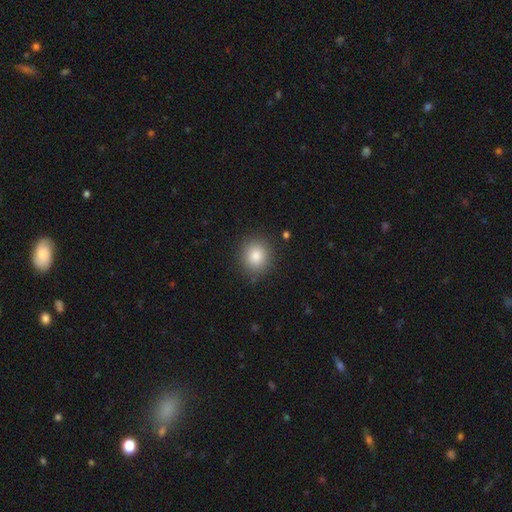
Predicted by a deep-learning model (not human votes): smooth-or-featured: smooth: 83% | star or artifact: 10% | featured or disk: 6%
  how-rounded: round: 78% | in between: 21% | cigar-shaped: 1%
  merging: none: 88% | minor disturbance: 8% | major disturbance: 2% | merger: 1%